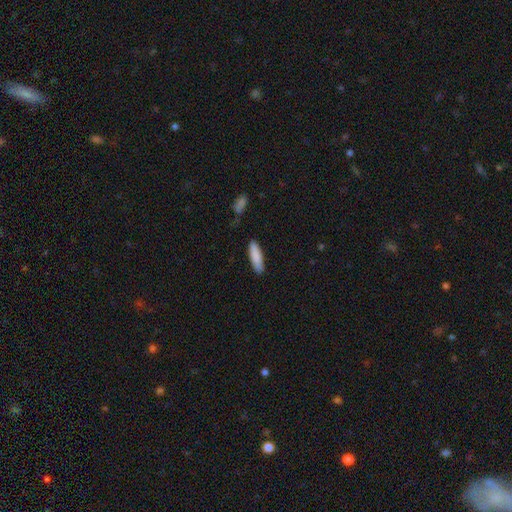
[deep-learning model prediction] Smooth or featured? Predicted: smooth (p=0.87). How rounded? Predicted: cigar-shaped (p=0.62). Merging? Predicted: none (p=0.87).